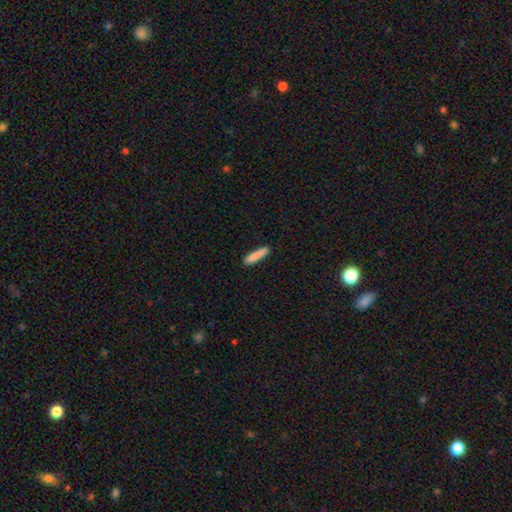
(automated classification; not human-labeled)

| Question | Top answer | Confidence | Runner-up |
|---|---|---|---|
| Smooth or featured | smooth | 86% | featured or disk (8%) |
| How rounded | cigar-shaped | 89% | in between (10%) |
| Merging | none | 86% | minor disturbance (10%) |